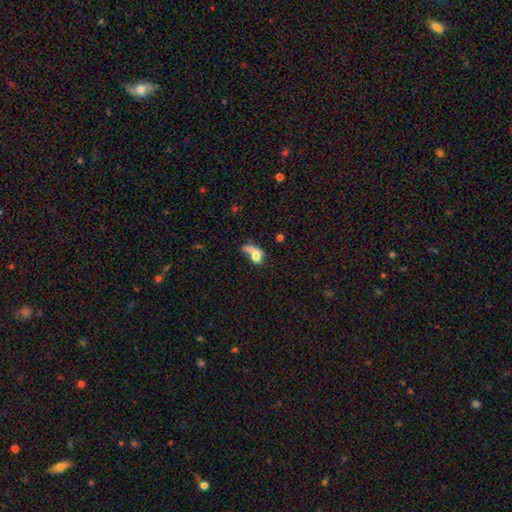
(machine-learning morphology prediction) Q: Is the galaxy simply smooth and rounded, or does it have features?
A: smooth — 65%.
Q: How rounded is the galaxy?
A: in between — 61%.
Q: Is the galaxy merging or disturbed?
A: major disturbance — 34%.